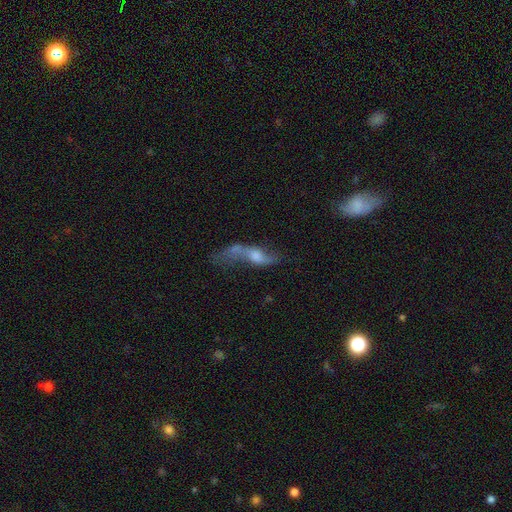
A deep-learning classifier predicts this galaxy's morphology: This is likely a featured or disk galaxy (60%). It is clearly not viewed edge-on (82%). Merging: marginally major disturbance (33%).